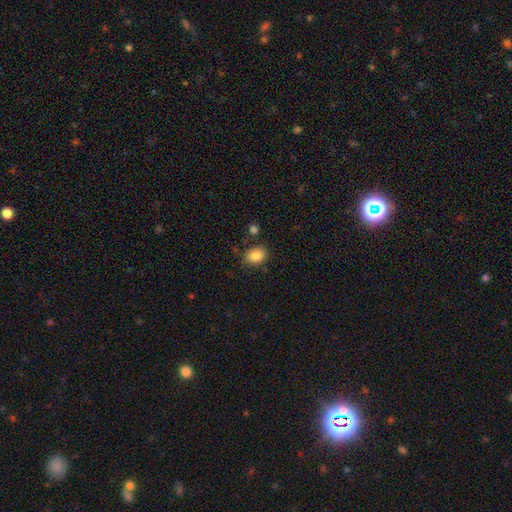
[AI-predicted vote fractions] This is clearly a smooth galaxy (85%). How rounded: likely in between (70%). Merging: likely none (80%).